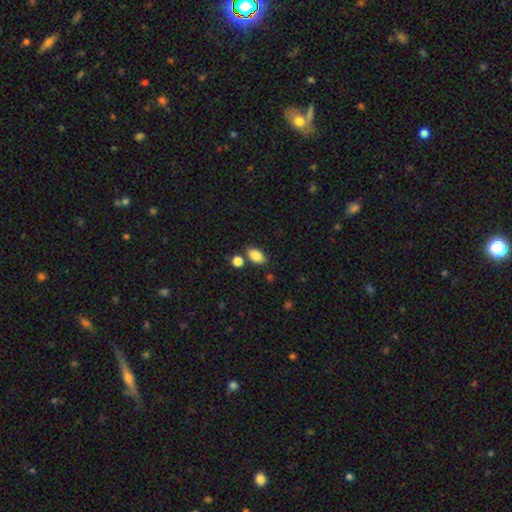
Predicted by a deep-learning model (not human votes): Smooth or featured? Predicted: smooth (p=0.87). How rounded? Predicted: in between (p=0.90). Merging? Predicted: none (p=0.73).